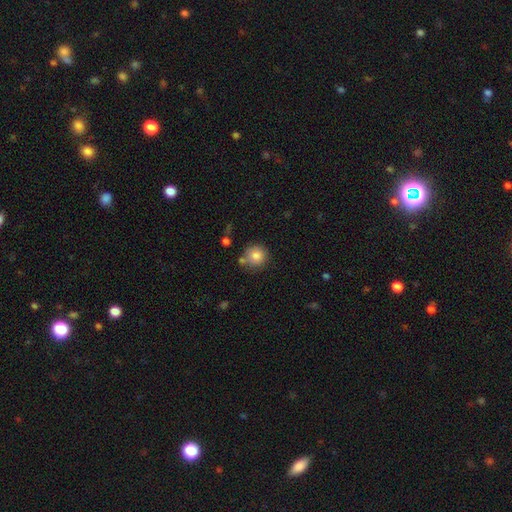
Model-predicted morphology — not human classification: smooth-or-featured: smooth: 83% | star or artifact: 9% | featured or disk: 8%
  how-rounded: round: 93% | in between: 6% | cigar-shaped: 1%
  merging: none: 74% | minor disturbance: 12% | merger: 10% | major disturbance: 3%